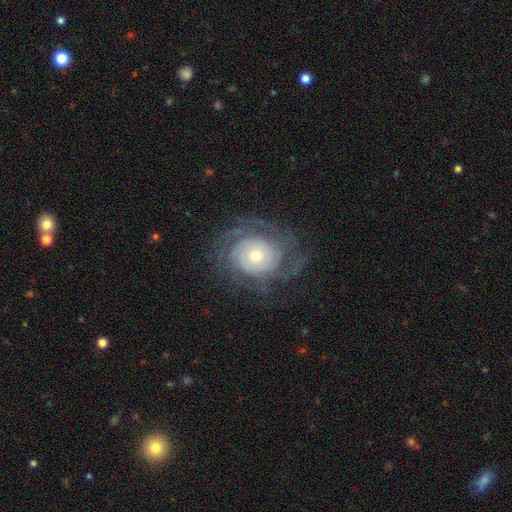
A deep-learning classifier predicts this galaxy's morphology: Smooth or featured?
  - featured or disk: 83% *
  - smooth: 10%
  - star or artifact: 7%
Edge-on disk?
  - no: 97% *
  - yes: 3%
Bar?
  - no: 80% *
  - weak: 16%
  - strong: 4%
Spiral arms?
  - yes: 94% *
  - no: 6%
Spiral winding?
  - tight: 70% *
  - medium: 23%
  - loose: 7%
Spiral arm count?
  - can't tell: 35% *
  - 3: 19%
  - 2: 16%
  - 4: 15%
  - more than 4: 9%
  - 1: 6%
Bulge size?
  - moderate: 48% *
  - small: 44%
  - large: 6%
  - dominant: 1%
  - none: 1%
Merging?
  - none: 71% *
  - minor disturbance: 16%
  - major disturbance: 12%
  - merger: 1%